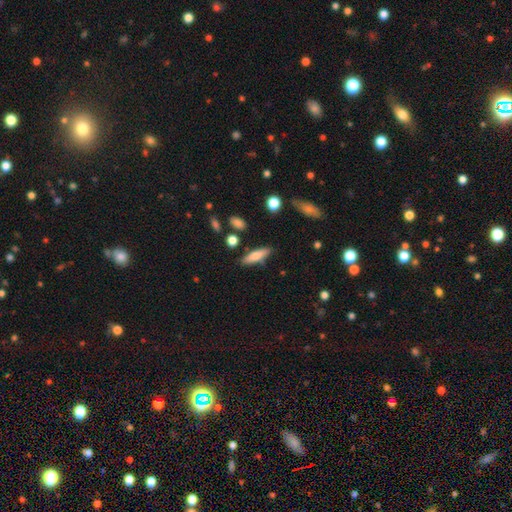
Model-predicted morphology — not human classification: A smooth galaxy with no disk features (70%) that is cigar-shaped (65%). Merging: none (81%).